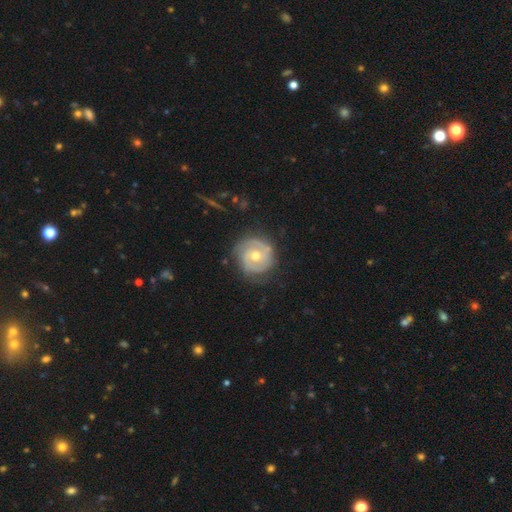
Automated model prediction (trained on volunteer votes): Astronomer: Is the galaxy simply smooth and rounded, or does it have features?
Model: featured or disk — 79%.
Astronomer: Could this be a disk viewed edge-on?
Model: no — 98%.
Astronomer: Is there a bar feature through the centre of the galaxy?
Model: no — 66%.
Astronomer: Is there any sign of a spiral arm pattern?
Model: yes — 92%.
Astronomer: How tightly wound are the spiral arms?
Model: tight — 58% (runner-up: medium, 33%).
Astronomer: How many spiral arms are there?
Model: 2 — 60%.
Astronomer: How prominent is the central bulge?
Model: moderate — 73%.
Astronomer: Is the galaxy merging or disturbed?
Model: none — 76%.